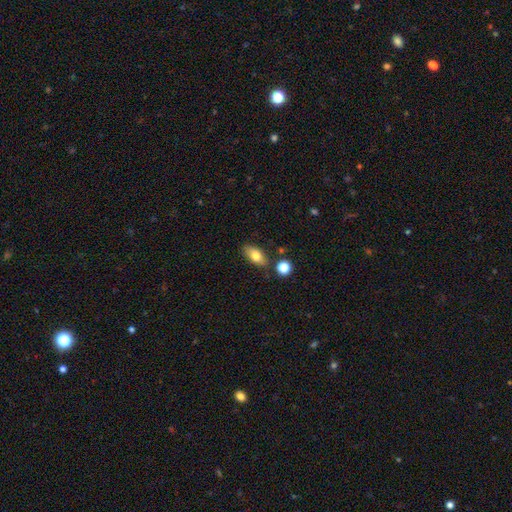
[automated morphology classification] Smooth or featured: smooth — 77% (featured or disk — 15%)
How rounded: in between — 86% (cigar-shaped — 7%)
Merging: none — 77% (minor disturbance — 14%)